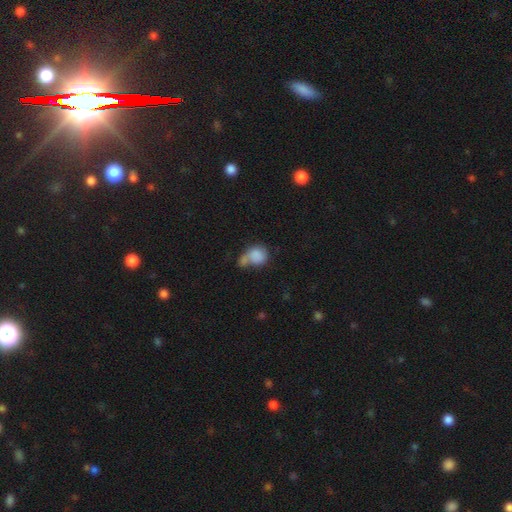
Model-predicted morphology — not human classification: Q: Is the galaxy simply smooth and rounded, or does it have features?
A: smooth — 81%.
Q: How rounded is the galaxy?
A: round — 64%.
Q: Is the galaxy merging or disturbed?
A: merger — 40%.